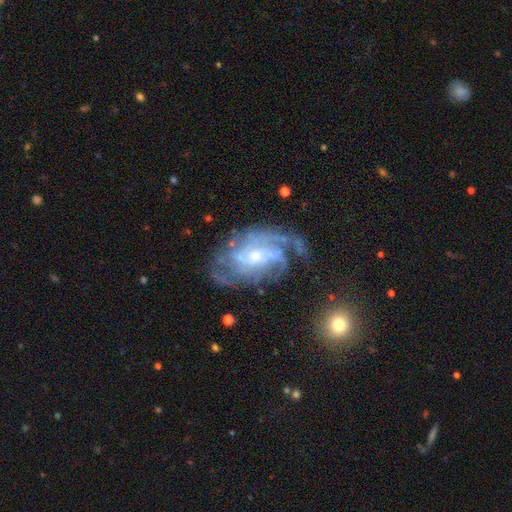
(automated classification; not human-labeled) Smooth or featured? Predicted: featured or disk (p=0.86). Edge-on disk? Predicted: no (p=0.96). Bar? Predicted: no (p=0.61). Spiral arms? Predicted: yes (p=0.94). Spiral winding? Predicted: tight (p=0.45). Spiral arm count? Predicted: can't tell (p=0.34). Bulge size? Predicted: small (p=0.61). Merging? Predicted: none (p=0.59).